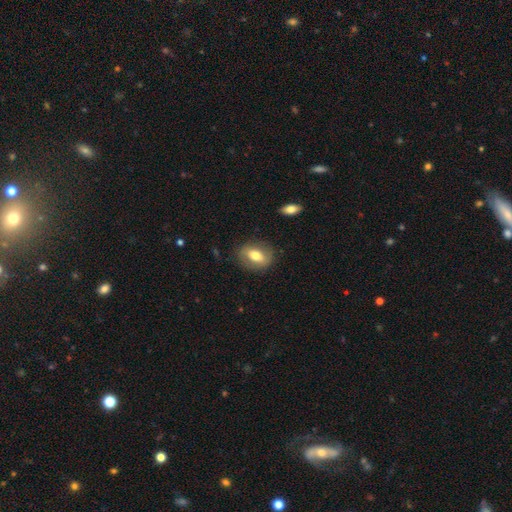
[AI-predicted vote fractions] A smooth galaxy with no disk features (63%) that is in between round and cigar-shaped (72%).

Vote fractions:
- Smooth or featured? smooth: 63% / featured or disk: 30% / star or artifact: 8%
- How rounded? in between: 72% / round: 25% / cigar-shaped: 3%
- Merging? none: 80% / minor disturbance: 14% / major disturbance: 5% / merger: 1%